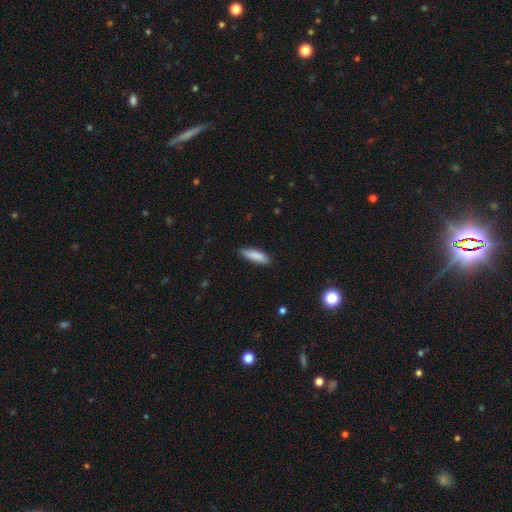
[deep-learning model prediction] This appears to be a smooth galaxy with no disk features (86%) that is cigar-shaped (59%). Merging: none (82%).